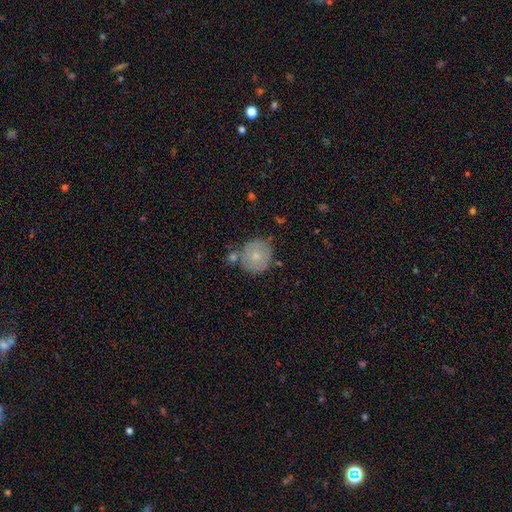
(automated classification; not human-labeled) A smooth galaxy with no disk features (68%) that is round (86%). Merging: none (68%).